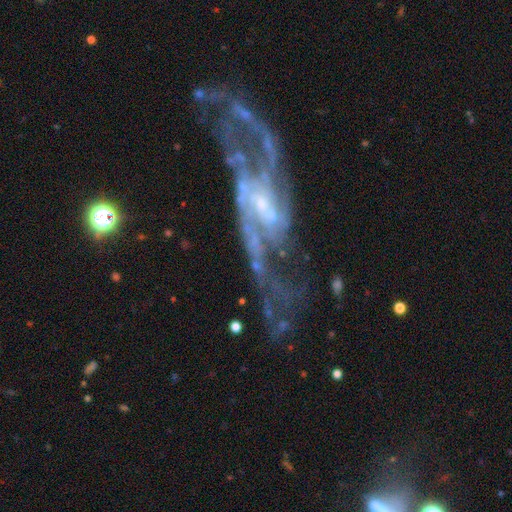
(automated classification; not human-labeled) The model was most divided on "bar": weak: 42%, no: 41%, strong: 17%. Remaining: spiral arms — yes (95%); edge-on disk — no (94%); smooth or featured — featured or disk (89%); spiral arm count — 2 (75%); bulge size — small (67%); merging — none (55%); spiral winding — medium (44%).